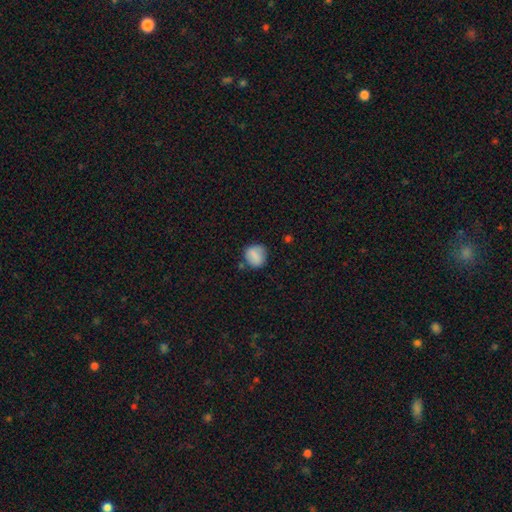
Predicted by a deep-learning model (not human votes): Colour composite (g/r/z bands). It shows a smooth galaxy with no disk features (79%) that is round (81%). Merging: none (72%).